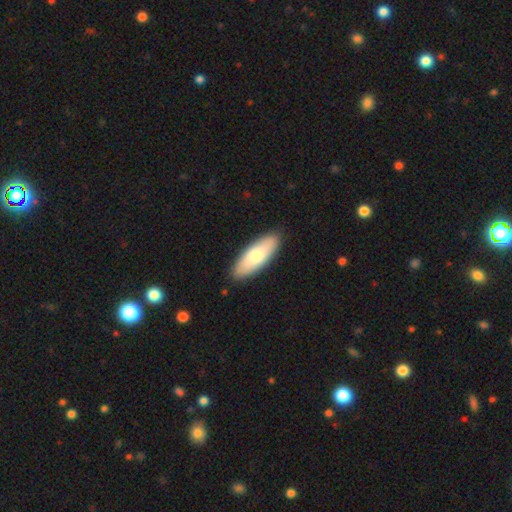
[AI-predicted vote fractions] This appears to be a smooth galaxy with no disk features (75%) that is in between round and cigar-shaped (68%). Merging: none (88%).